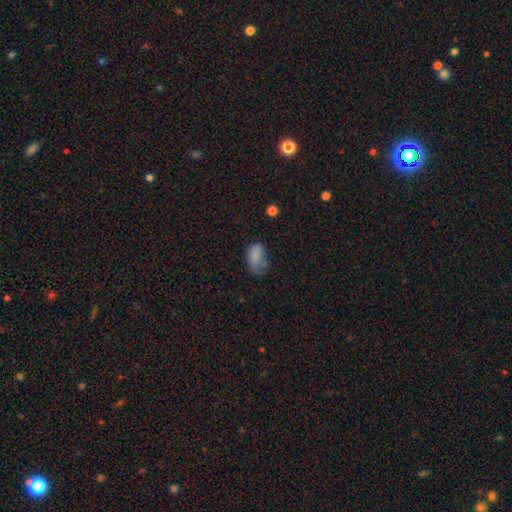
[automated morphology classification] The model was most divided on "merging": minor disturbance: 35%, none: 34%, major disturbance: 27%, merger: 4%. More confident: how rounded — in between (91%); smooth or featured — smooth (78%).